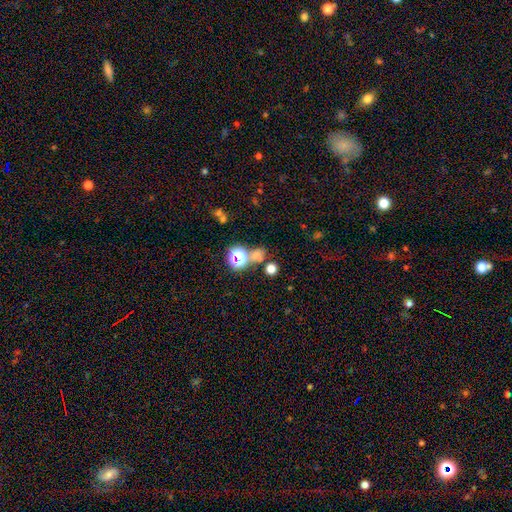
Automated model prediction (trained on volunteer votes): The model was most divided on "smooth or featured": smooth: 51%, star or artifact: 40%, featured or disk: 9%. More confident: how rounded — round (78%); merging — none (60%).